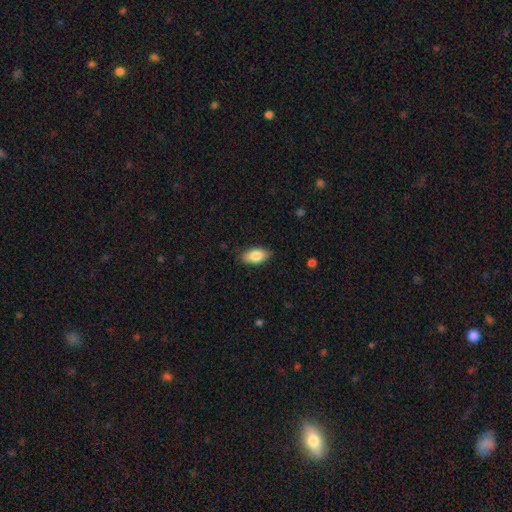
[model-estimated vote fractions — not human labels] This appears to be a smooth galaxy with no disk features (85%) that is in between round and cigar-shaped (92%). Merging: none (85%).